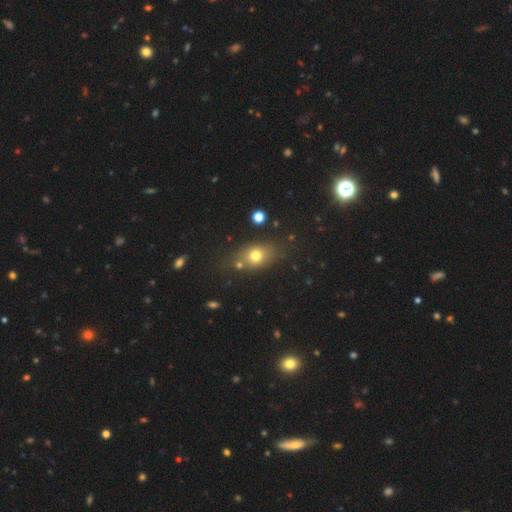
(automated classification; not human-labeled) A smooth galaxy with no disk features (72%) that is in between round and cigar-shaped (58%). Merging: none (70%).